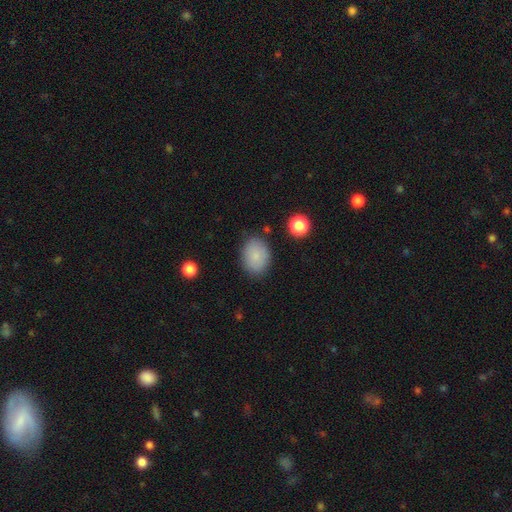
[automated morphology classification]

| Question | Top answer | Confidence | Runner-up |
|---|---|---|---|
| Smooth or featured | smooth | 85% | star or artifact (8%) |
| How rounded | in between | 65% | round (34%) |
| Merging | none | 84% | minor disturbance (11%) |